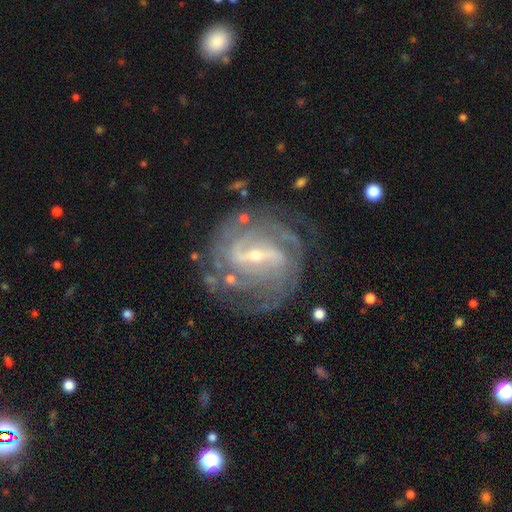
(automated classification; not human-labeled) featured or disk 90%, star or artifact 6%, smooth 4%. Down the decision tree: edge-on disk — no (96%); bar — strong (56%); spiral arms — yes (96%); spiral arm count — 2 (34%); spiral winding — tight (56%); bulge size — small (70%); merging — none (74%).